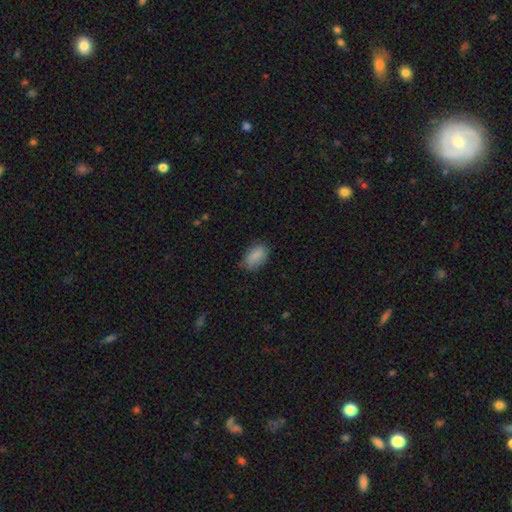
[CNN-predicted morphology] A smooth galaxy with no disk features (86%) that is in between round and cigar-shaped (90%).

Vote fractions:
- Smooth or featured? smooth: 86% / star or artifact: 8% / featured or disk: 7%
- How rounded? in between: 90% / round: 7% / cigar-shaped: 3%
- Merging? none: 71% / minor disturbance: 23% / major disturbance: 5% / merger: 1%